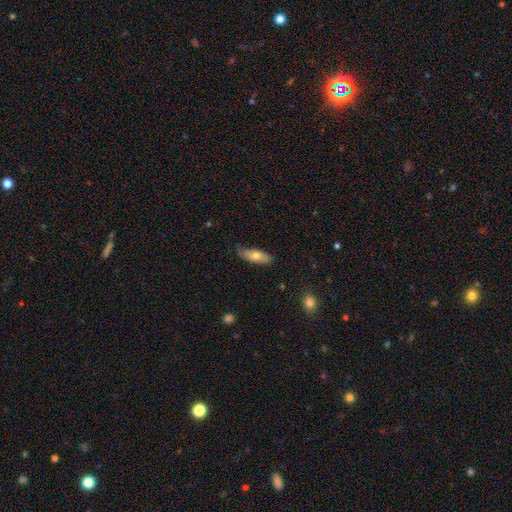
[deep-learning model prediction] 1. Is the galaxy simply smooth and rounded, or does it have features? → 69% smooth, 24% featured or disk, 6% star or artifact.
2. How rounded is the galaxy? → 68% in between, 29% cigar-shaped, 3% round.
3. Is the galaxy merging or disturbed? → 72% none, 23% minor disturbance, 4% major disturbance, 1% merger.